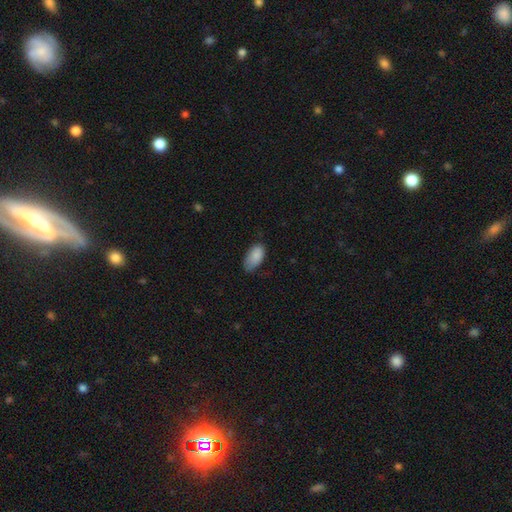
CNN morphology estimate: Smooth or featured? Predicted: smooth (p=0.86). How rounded? Predicted: in between (p=0.94). Merging? Predicted: none (p=0.59).